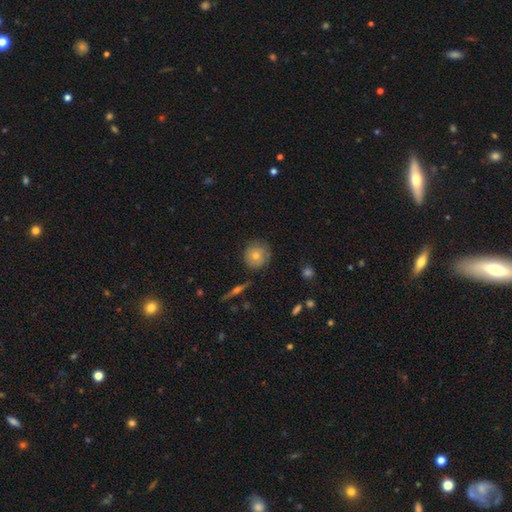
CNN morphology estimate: Overall: smooth (64%; featured or disk 24%). How rounded: round (93%). Merging: none (82%).